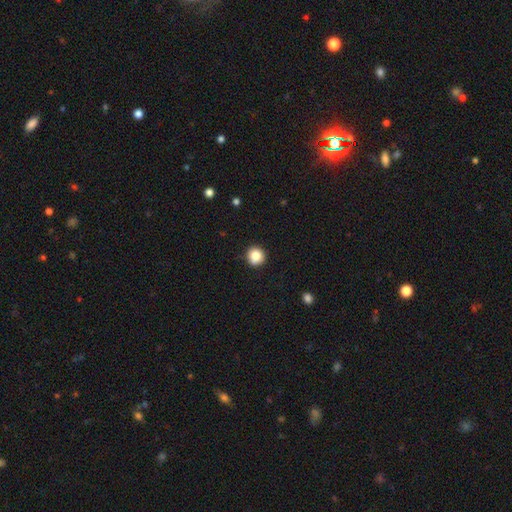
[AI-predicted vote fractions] Smooth or featured: smooth — 84% (star or artifact — 10%)
How rounded: round — 93% (in between — 6%)
Merging: none — 88% (minor disturbance — 9%)